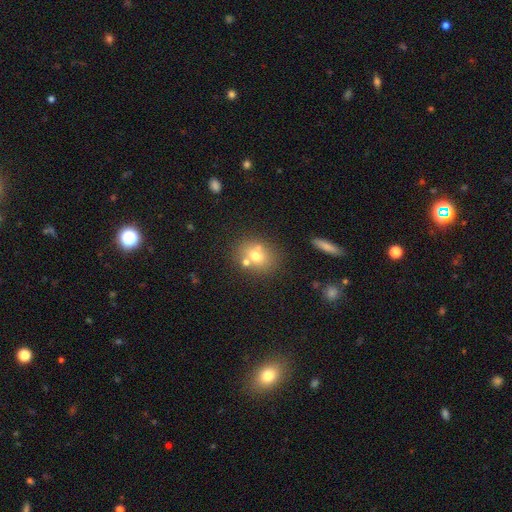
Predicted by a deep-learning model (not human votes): Smooth or featured? Predicted: smooth (p=0.67). How rounded? Predicted: round (p=0.57). Merging? Predicted: none (p=0.62).